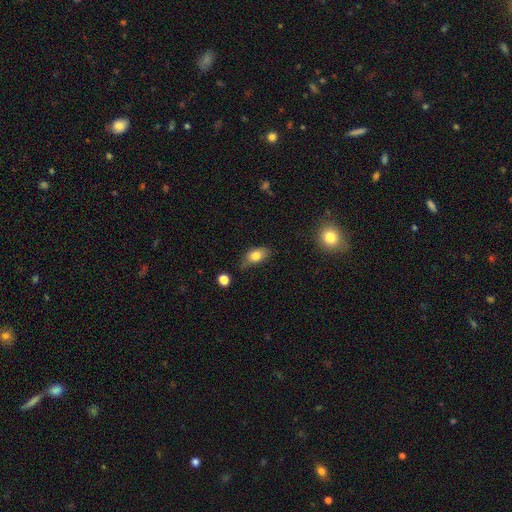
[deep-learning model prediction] Overall: smooth (79%). How rounded: in between (86%). Merging: none (61%; minor disturbance 29%).